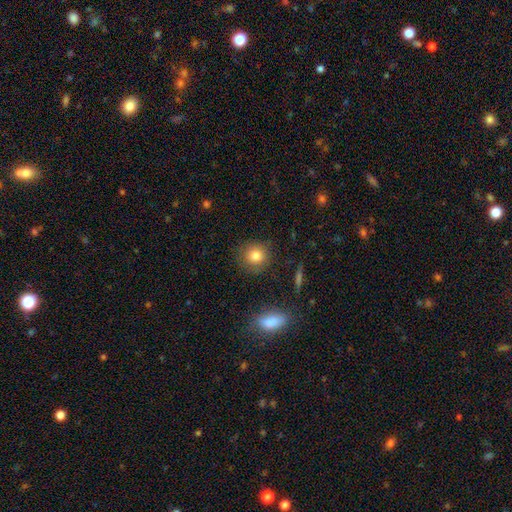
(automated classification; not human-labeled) A smooth galaxy with no disk features (82%) that is round (87%).

Vote fractions:
- Smooth or featured? smooth: 82% / star or artifact: 10% / featured or disk: 8%
- How rounded? round: 87% / in between: 12% / cigar-shaped: 1%
- Merging? none: 83% / minor disturbance: 12% / major disturbance: 3% / merger: 2%